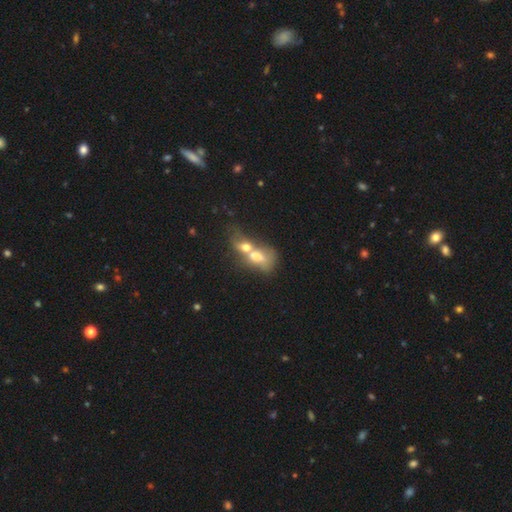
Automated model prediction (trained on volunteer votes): Overall: smooth (55%; featured or disk 33%). How rounded: in between (68%). Merging: merger (74%).